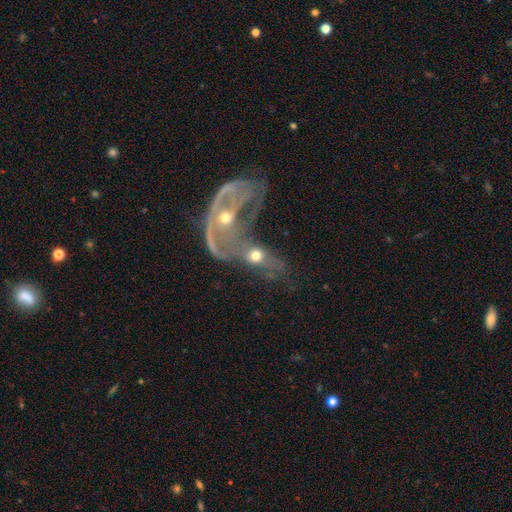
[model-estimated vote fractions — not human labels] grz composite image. It shows a featured or disk galaxy (56%) with no bar (73%), spiral arms (65%) and a moderate central bulge (56%). Merging: merger (73%).